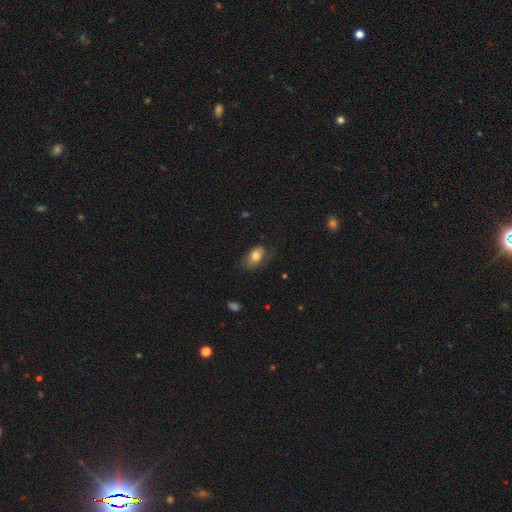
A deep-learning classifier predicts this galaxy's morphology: smooth-or-featured: smooth: 73% | featured or disk: 20% | star or artifact: 8%
  how-rounded: in between: 89% | round: 8% | cigar-shaped: 3%
  merging: none: 58% | minor disturbance: 28% | major disturbance: 12% | merger: 2%